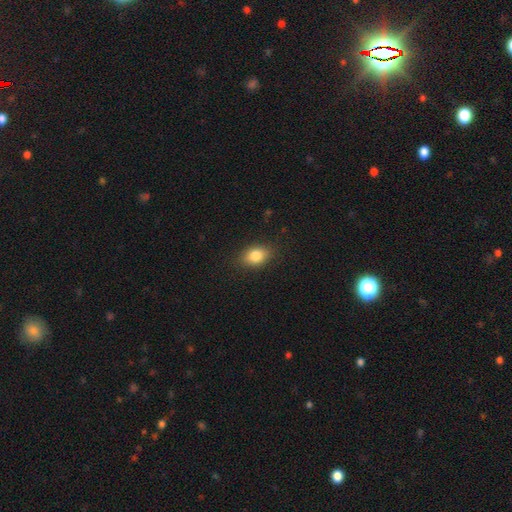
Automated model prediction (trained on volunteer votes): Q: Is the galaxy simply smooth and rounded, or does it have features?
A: smooth — 82%.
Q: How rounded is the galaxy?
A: in between — 76%.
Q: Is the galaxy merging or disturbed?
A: none — 85%.